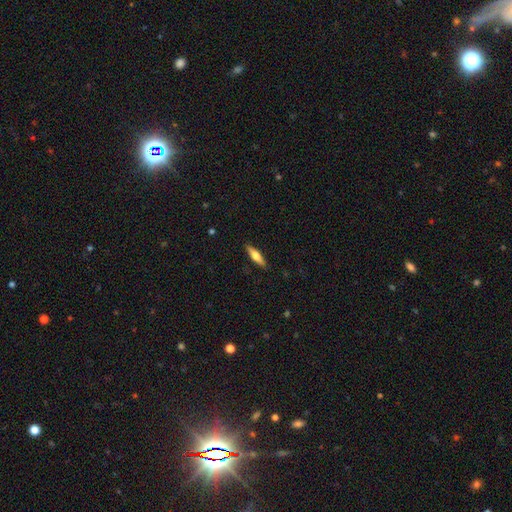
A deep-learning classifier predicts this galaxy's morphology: The model was most divided on "smooth or featured": smooth: 50%, featured or disk: 44%, star or artifact: 6%. More confident: merging — none (89%); how rounded — cigar-shaped (66%).